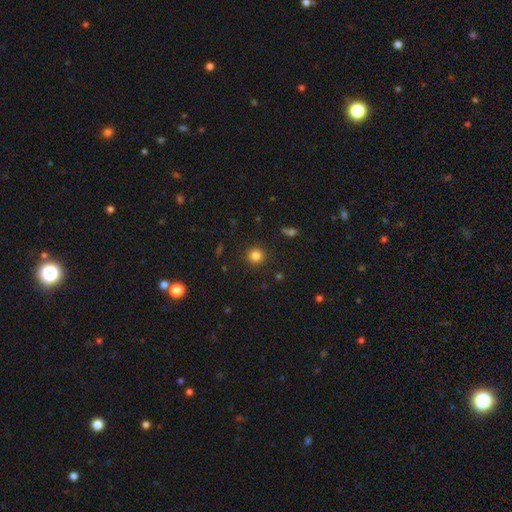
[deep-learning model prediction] smooth 82%, star or artifact 12%, featured or disk 5%. Down the decision tree: how rounded — round (94%); merging — none (91%).